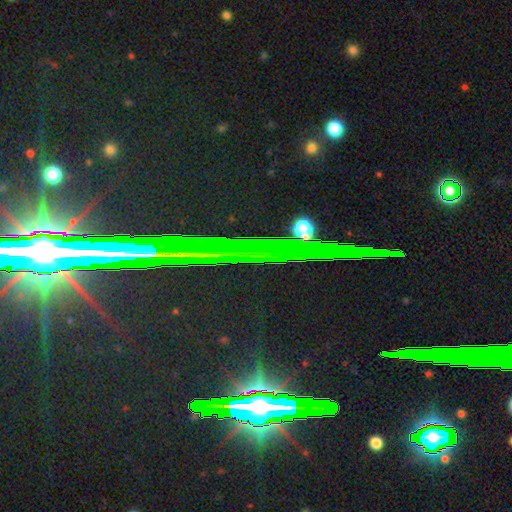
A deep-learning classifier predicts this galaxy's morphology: Smooth or featured: star or artifact — 80% (featured or disk — 11%)